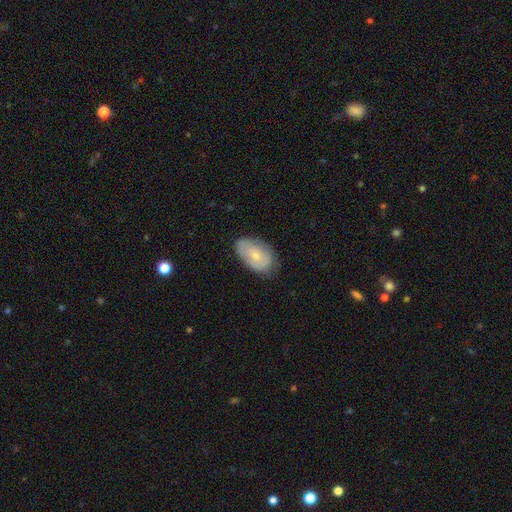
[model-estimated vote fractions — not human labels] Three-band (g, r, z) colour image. It shows a smooth galaxy with no disk features (66%) that is in between round and cigar-shaped (91%). Merging: none (70%).